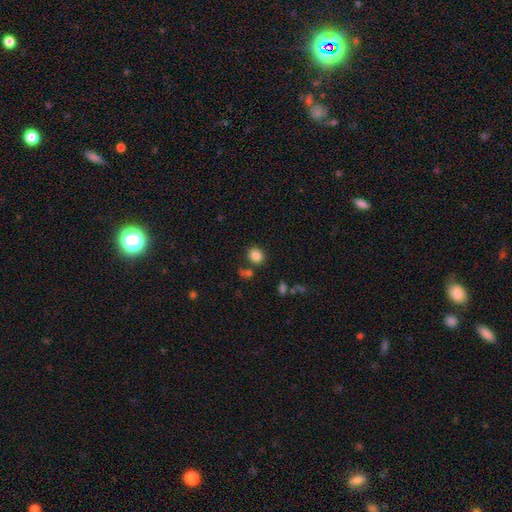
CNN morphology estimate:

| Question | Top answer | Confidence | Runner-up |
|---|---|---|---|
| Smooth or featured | smooth | 85% | star or artifact (10%) |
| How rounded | round | 68% | in between (31%) |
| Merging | none | 79% | minor disturbance (10%) |